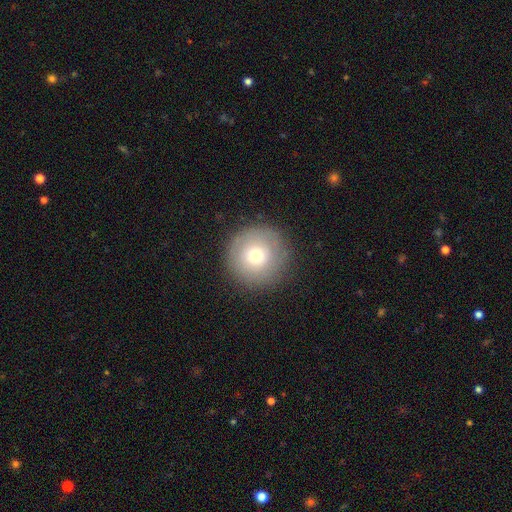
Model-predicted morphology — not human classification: smooth 69%, featured or disk 20%, star or artifact 11%. Down the decision tree: how rounded — round (96%); merging — none (88%).